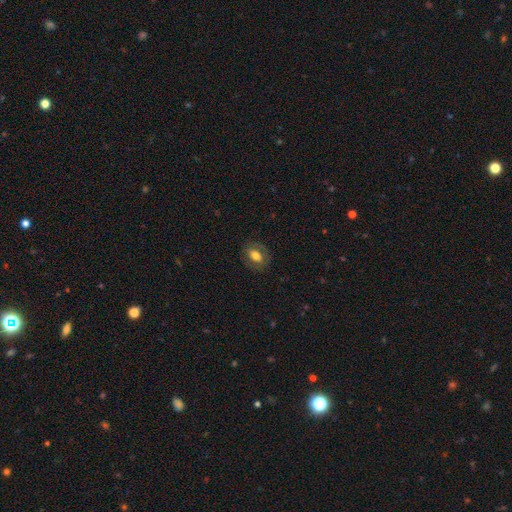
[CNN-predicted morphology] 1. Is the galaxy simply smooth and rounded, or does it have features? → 66% smooth, 26% featured or disk, 8% star or artifact.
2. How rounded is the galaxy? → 75% in between, 23% round, 2% cigar-shaped.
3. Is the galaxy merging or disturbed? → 81% none, 13% minor disturbance, 6% major disturbance, 1% merger.